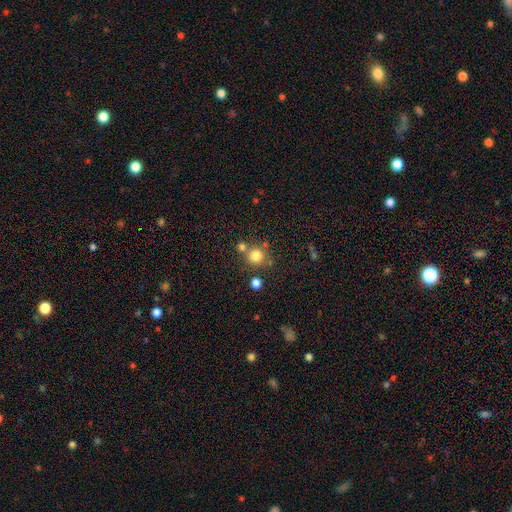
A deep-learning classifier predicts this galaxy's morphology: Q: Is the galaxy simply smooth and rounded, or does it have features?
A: smooth — 79%.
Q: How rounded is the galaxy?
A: round — 92%.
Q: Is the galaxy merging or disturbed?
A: none — 68%.